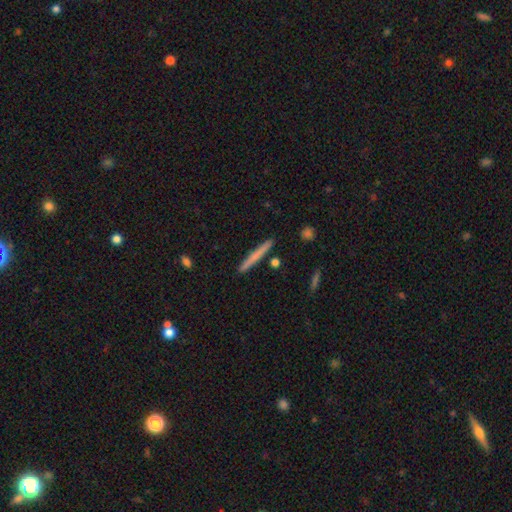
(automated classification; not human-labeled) smooth_or_featured: smooth (p=0.63) [alt: featured or disk p=0.32]
how_rounded: cigar-shaped (p=0.96) [alt: in between p=0.02]
merging: none (p=0.91) [alt: minor disturbance p=0.06]